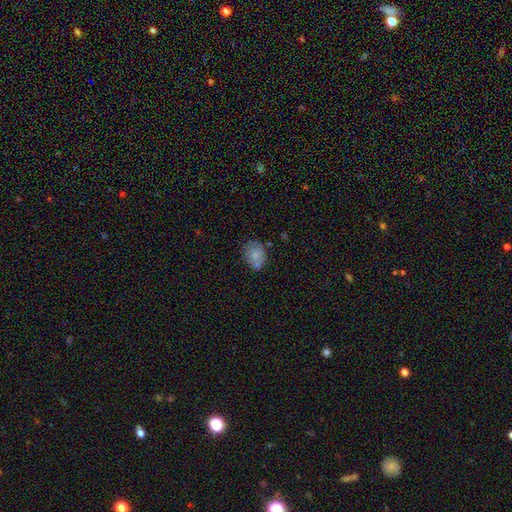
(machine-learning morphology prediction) Q: Smooth or featured?
A: smooth (75%); runner-up: featured or disk (16%)
Q: How rounded?
A: in between (59%); runner-up: round (40%)
Q: Merging?
A: none (57%); runner-up: minor disturbance (24%)